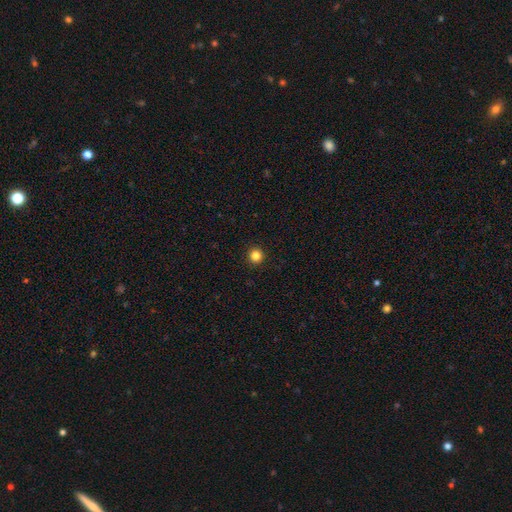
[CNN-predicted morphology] smooth_or_featured: smooth (p=0.84) [alt: star or artifact p=0.12]
how_rounded: round (p=0.95) [alt: in between p=0.04]
merging: none (p=0.94) [alt: minor disturbance p=0.04]